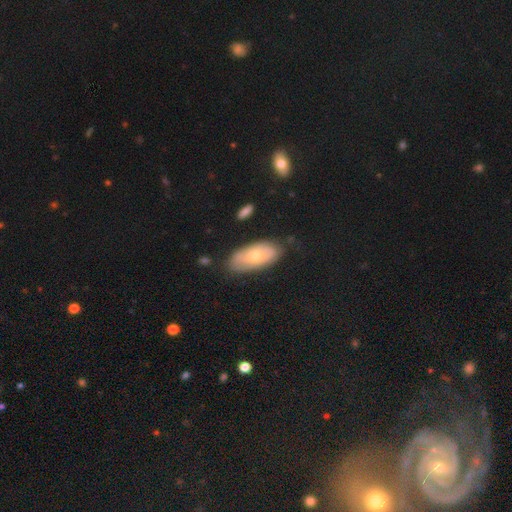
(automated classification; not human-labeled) Smooth or featured?
  - smooth: 55% *
  - featured or disk: 38%
  - star or artifact: 6%
How rounded?
  - in between: 91% *
  - cigar-shaped: 5%
  - round: 3%
Merging?
  - none: 73% *
  - minor disturbance: 20%
  - major disturbance: 5%
  - merger: 2%